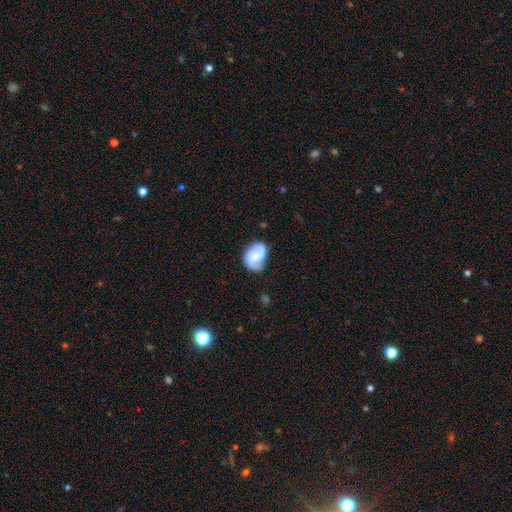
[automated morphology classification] Smooth or featured: featured or disk — 70% (smooth — 24%)
Edge-on disk: no — 98% (yes — 2%)
Bar: no — 53% (weak — 38%)
Spiral arms: yes — 94% (no — 6%)
Spiral winding: medium — 44% (loose — 36%)
Spiral arm count: 2 — 86% (can't tell — 5%)
Bulge size: small — 43% (moderate — 36%)
Merging: none — 66% (minor disturbance — 23%)